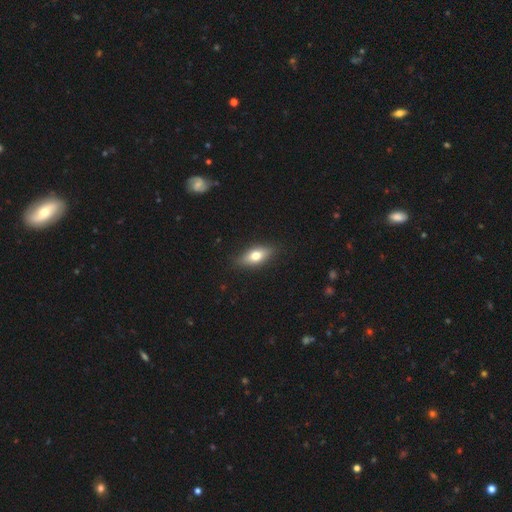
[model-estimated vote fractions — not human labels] Smooth or featured?
  - smooth: 66% *
  - featured or disk: 26%
  - star or artifact: 7%
How rounded?
  - in between: 76% *
  - cigar-shaped: 18%
  - round: 6%
Merging?
  - none: 87% *
  - minor disturbance: 10%
  - major disturbance: 2%
  - merger: 1%